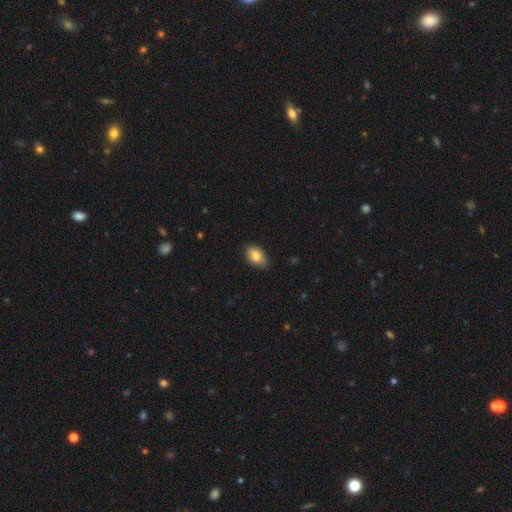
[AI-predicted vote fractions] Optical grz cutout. It shows a smooth galaxy with no disk features (84%) that is in between round and cigar-shaped (89%). Merging: none (82%).